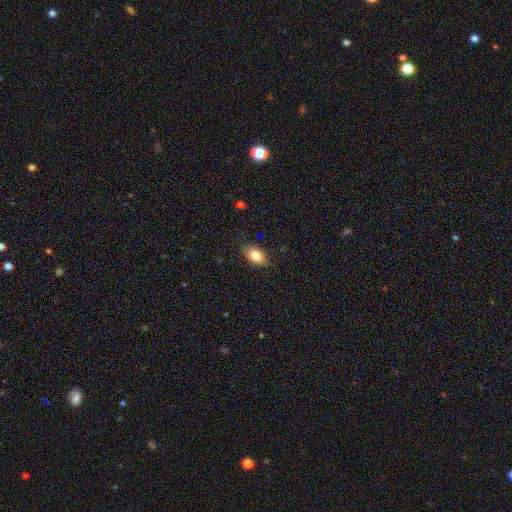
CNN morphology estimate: smooth-or-featured: smooth: 81% | featured or disk: 11% | star or artifact: 8%
  how-rounded: in between: 89% | round: 8% | cigar-shaped: 3%
  merging: none: 81% | minor disturbance: 15% | major disturbance: 3% | merger: 1%